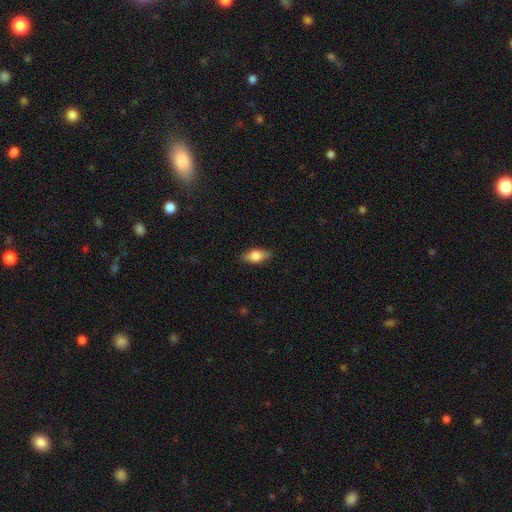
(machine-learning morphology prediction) Q: Smooth or featured?
A: smooth (71%); runner-up: featured or disk (22%)
Q: How rounded?
A: in between (82%); runner-up: cigar-shaped (13%)
Q: Merging?
A: none (86%); runner-up: minor disturbance (10%)